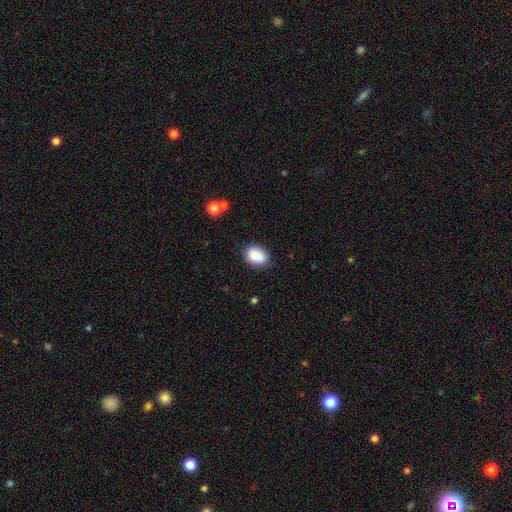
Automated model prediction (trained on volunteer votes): Morphology: type=smooth (87%); roundness=in between (69%); merging=none (78%).